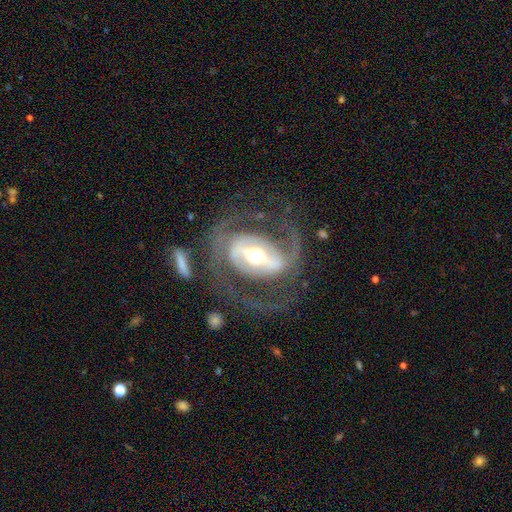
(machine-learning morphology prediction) A featured or disk galaxy (89%) with a strong bar (63%), 2 (86%) medium (53%) spiral arms (91%) and a moderate central bulge (67%).

Vote fractions:
- Smooth or featured? featured or disk: 89% / smooth: 7% / star or artifact: 4%
- Edge-on disk? no: 96% / yes: 4%
- Bar? strong: 63% / weak: 25% / no: 12%
- Spiral arms? yes: 91% / no: 9%
- Spiral winding? medium: 53% / tight: 24% / loose: 23%
- Spiral arm count? 2: 86% / can't tell: 5% / 3: 3% / 1: 3% / 4: 1% / more than 4: 1%
- Bulge size? moderate: 67% / small: 18% / large: 13% / dominant: 2% / none: 1%
- Merging? none: 66% / major disturbance: 18% / minor disturbance: 13% / merger: 4%